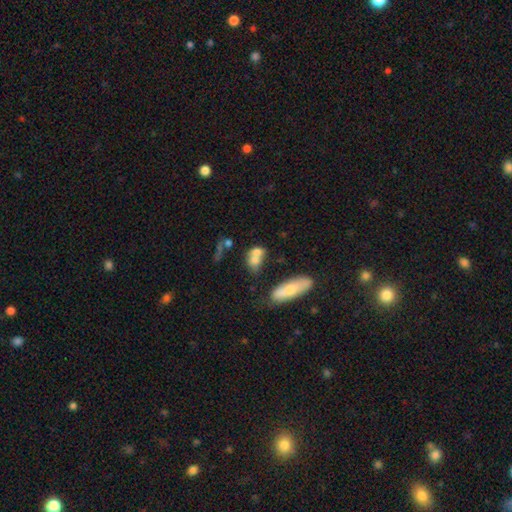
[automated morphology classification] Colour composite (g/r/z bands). It shows a smooth galaxy with no disk features (67%) that is in between round and cigar-shaped (62%). Merging: merger (53%).